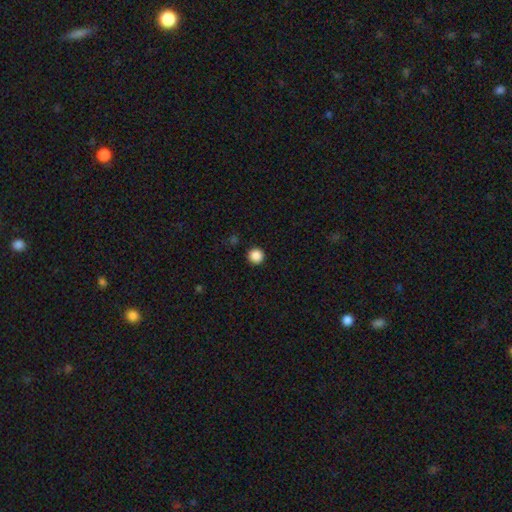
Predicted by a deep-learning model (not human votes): A smooth galaxy with no disk features (87%) that is round (96%). Merging: none (93%).